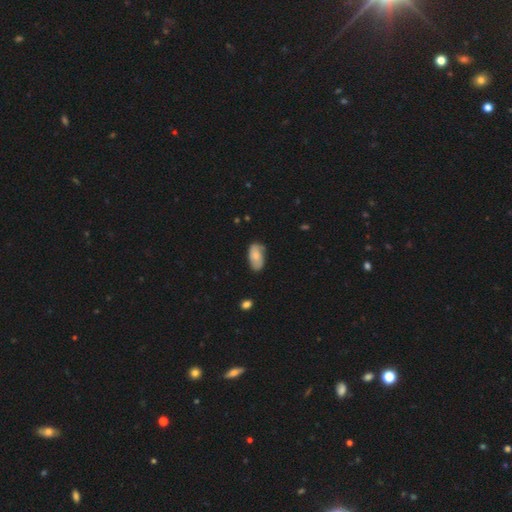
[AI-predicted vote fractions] The model was most divided on "merging": none: 67%, minor disturbance: 26%, major disturbance: 5%, merger: 2%. More confident: how rounded — in between (93%); smooth or featured — smooth (68%).